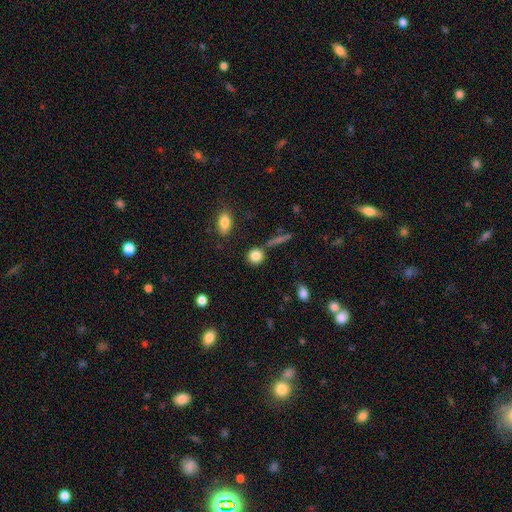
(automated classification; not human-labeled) Morphology: type=smooth (84%); roundness=round (84%); merging=none (75%).